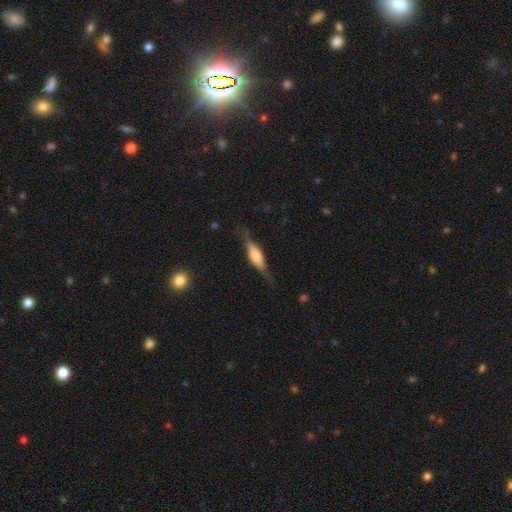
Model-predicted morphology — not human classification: The model was most divided on "smooth or featured": featured or disk: 51%, smooth: 42%, star or artifact: 6%. More confident: edge-on disk — yes (89%); merging — none (71%).